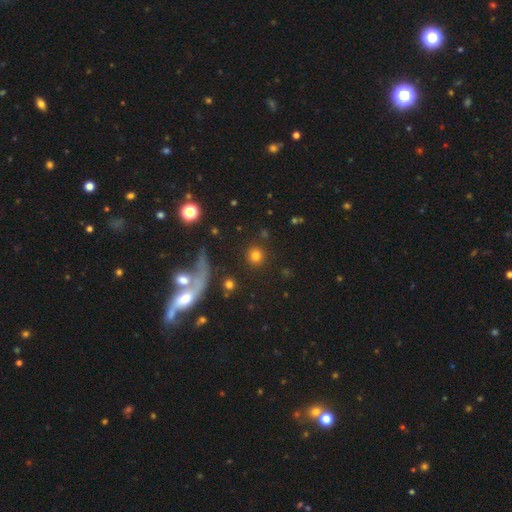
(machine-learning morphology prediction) Q: Smooth or featured?
A: smooth (79%); runner-up: star or artifact (13%)
Q: How rounded?
A: round (93%); runner-up: in between (5%)
Q: Merging?
A: none (89%); runner-up: minor disturbance (5%)